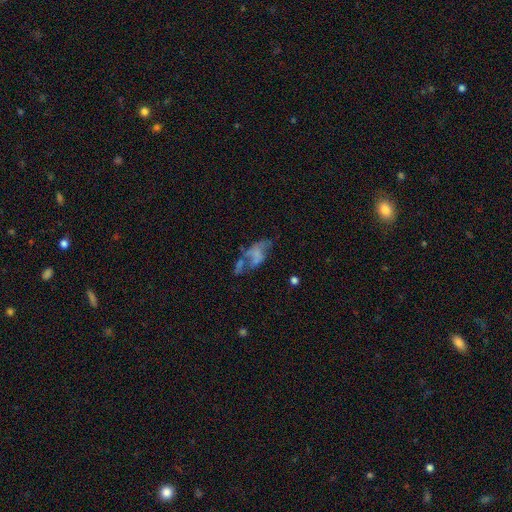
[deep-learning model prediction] featured or disk 49%, smooth 37%, star or artifact 14%. Down the decision tree: merging — major disturbance (35%).